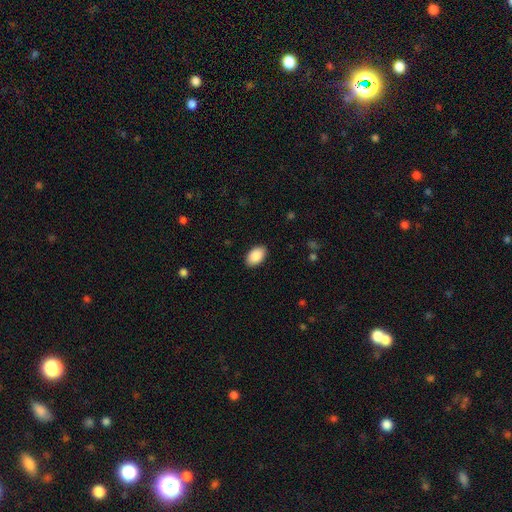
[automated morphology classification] A smooth galaxy with no disk features (89%) that is in between round and cigar-shaped (92%).

Vote fractions:
- Smooth or featured? smooth: 89% / star or artifact: 6% / featured or disk: 4%
- How rounded? in between: 92% / round: 6% / cigar-shaped: 1%
- Merging? none: 89% / minor disturbance: 8% / major disturbance: 2% / merger: 1%